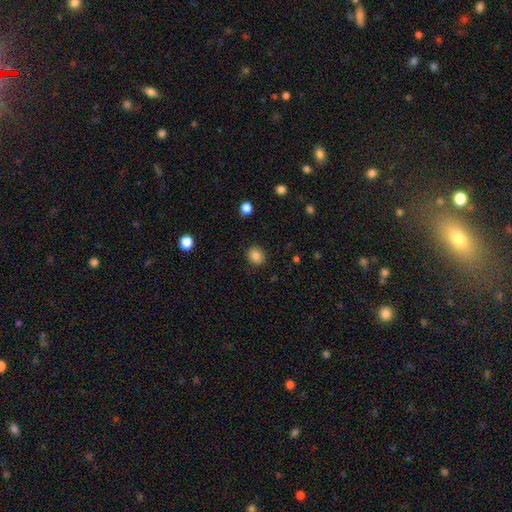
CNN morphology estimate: Smooth or featured? smooth (85%)
How rounded? round (72%)
Merging? none (89%)